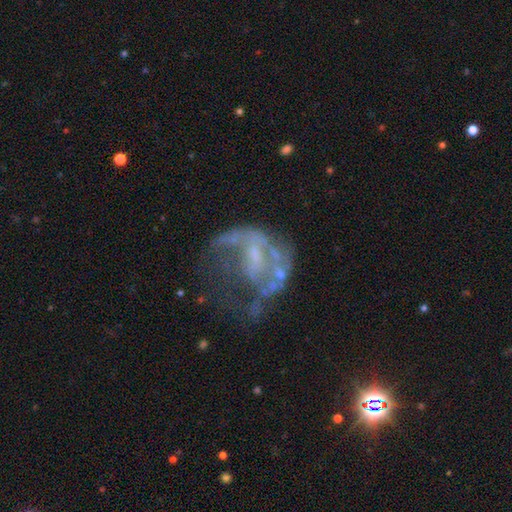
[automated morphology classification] Smooth or featured? Predicted: featured or disk (p=0.68). Edge-on disk? Predicted: no (p=0.97). Bar? Predicted: no (p=0.67). Spiral arms? Predicted: no (p=0.69). Bulge size? Predicted: none (p=0.43). Merging? Predicted: major disturbance (p=0.46).